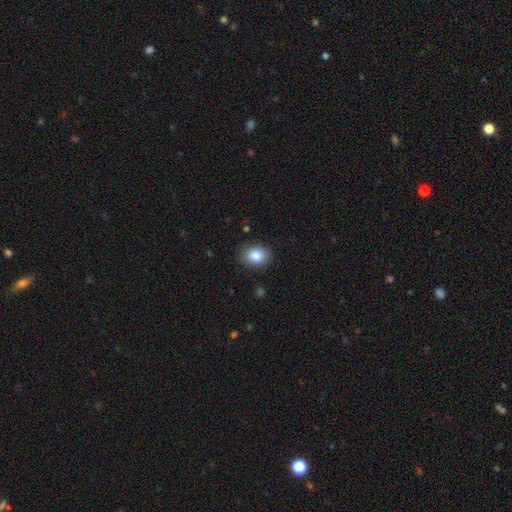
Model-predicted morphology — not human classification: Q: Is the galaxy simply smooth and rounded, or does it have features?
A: smooth — 85%.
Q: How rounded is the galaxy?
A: in between — 56%.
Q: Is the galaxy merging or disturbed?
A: none — 85%.